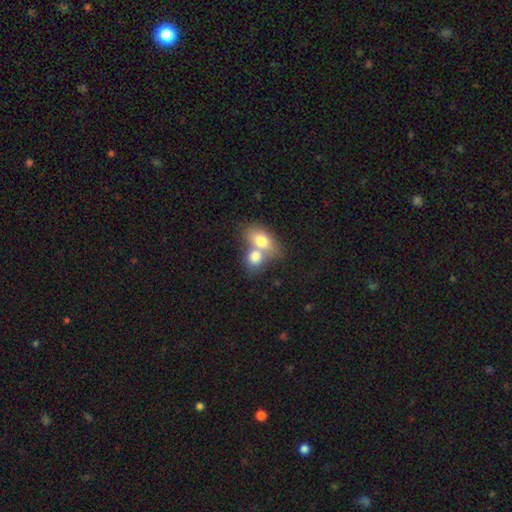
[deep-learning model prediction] The model was most divided on "how rounded": in between: 60%, round: 35%, cigar-shaped: 5%. More confident: merging — merger (63%); smooth or featured — smooth (59%).